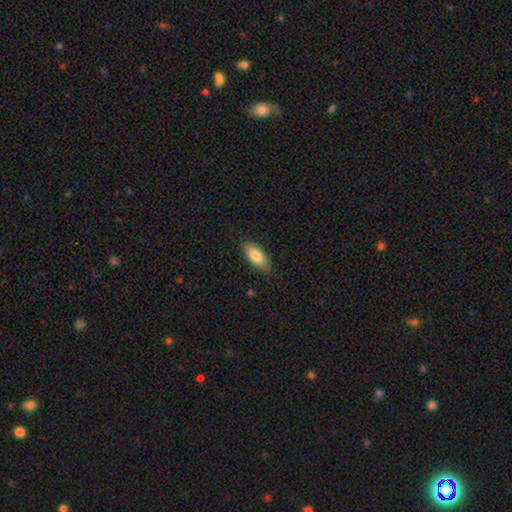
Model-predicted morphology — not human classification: smooth 82%, featured or disk 12%, star or artifact 6%. Down the decision tree: how rounded — in between (82%); merging — none (81%).